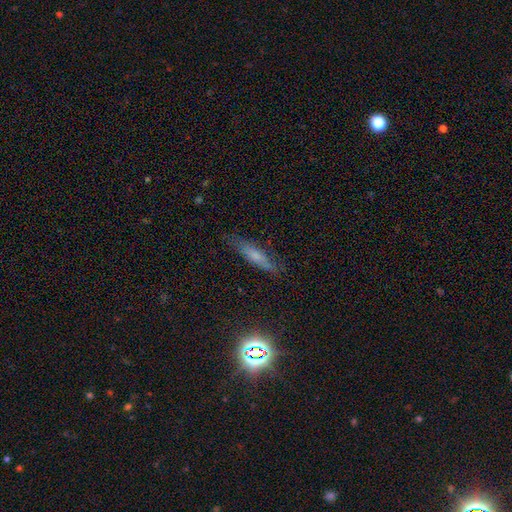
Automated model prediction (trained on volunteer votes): Smooth or featured? smooth (56%)
How rounded? cigar-shaped (75%)
Merging? none (76%)